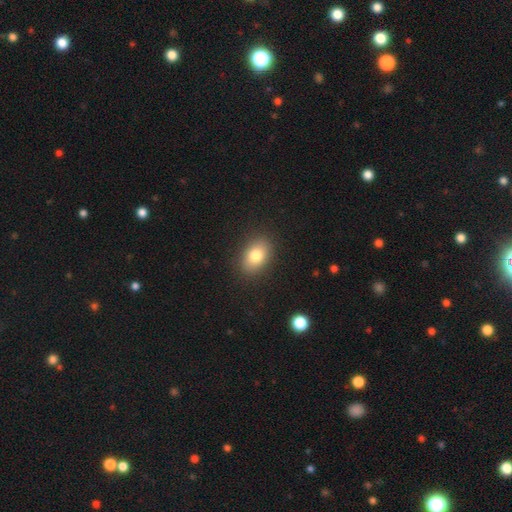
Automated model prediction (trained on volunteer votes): The model was most divided on "how rounded": in between: 79%, round: 20%, cigar-shaped: 1%. More confident: merging — none (88%); smooth or featured — smooth (80%).